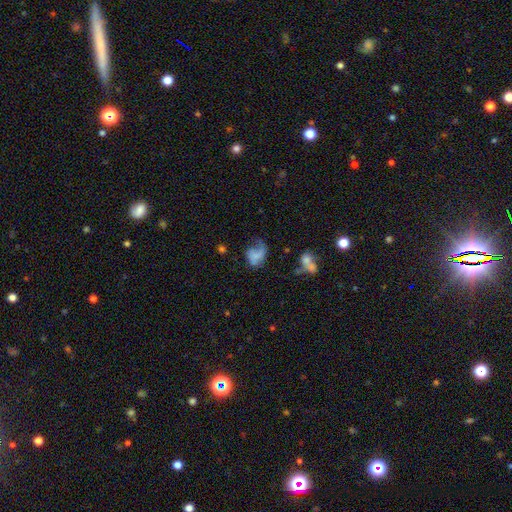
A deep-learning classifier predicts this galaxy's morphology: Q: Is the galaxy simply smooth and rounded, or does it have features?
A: smooth — 48%.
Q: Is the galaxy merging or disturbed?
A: major disturbance — 40%.